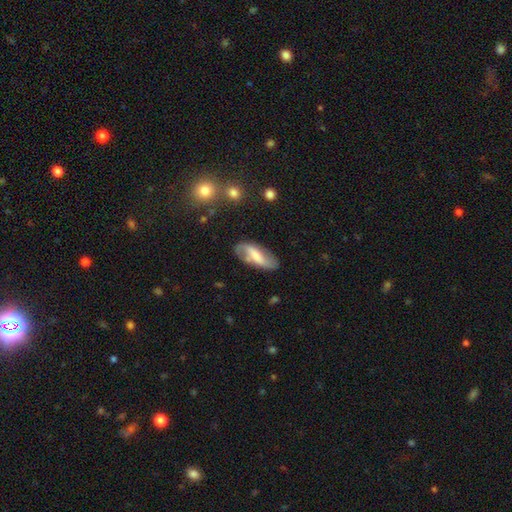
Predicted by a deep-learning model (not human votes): A featured or disk galaxy (56%).

Vote fractions:
- Smooth or featured? featured or disk: 56% / smooth: 37% / star or artifact: 7%
- Edge-on disk? no: 88% / yes: 12%
- Merging? none: 71% / minor disturbance: 19% / major disturbance: 7% / merger: 3%